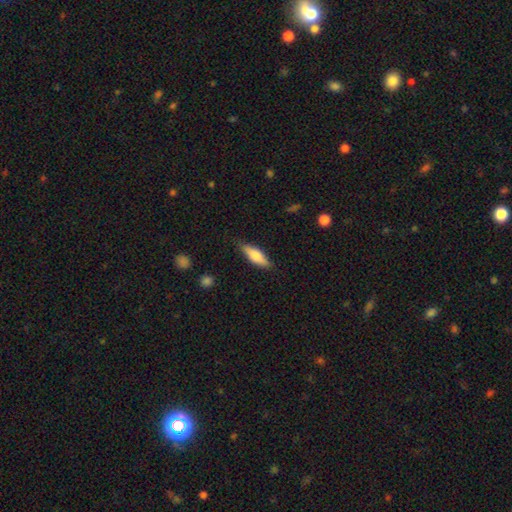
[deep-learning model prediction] smooth 69%, featured or disk 25%, star or artifact 6%. Down the decision tree: how rounded — in between (56%); merging — none (81%).